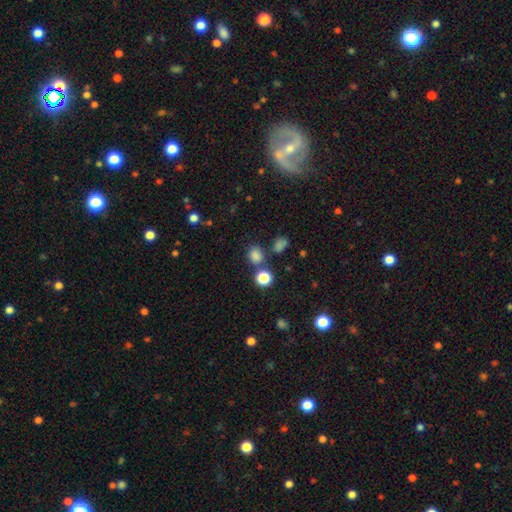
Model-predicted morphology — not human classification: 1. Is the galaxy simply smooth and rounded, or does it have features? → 77% smooth, 18% star or artifact, 5% featured or disk.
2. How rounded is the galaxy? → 65% round, 34% in between, 1% cigar-shaped.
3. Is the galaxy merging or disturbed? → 72% none, 12% merger, 11% minor disturbance, 4% major disturbance.